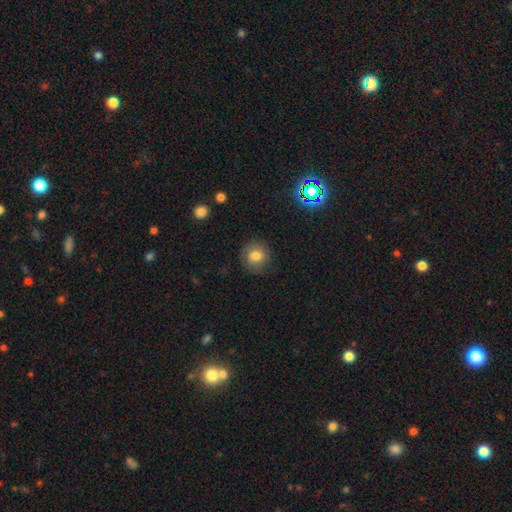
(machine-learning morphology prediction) A smooth galaxy with no disk features (74%) that is round (89%). Merging: none (82%).